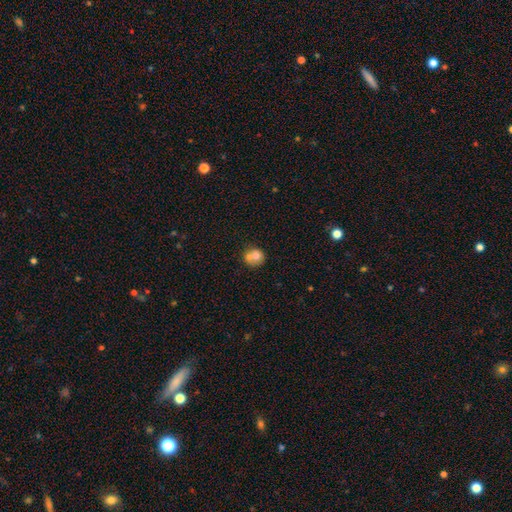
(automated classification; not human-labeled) A smooth galaxy with no disk features (69%) that is round (79%). Merging: merger (47%).